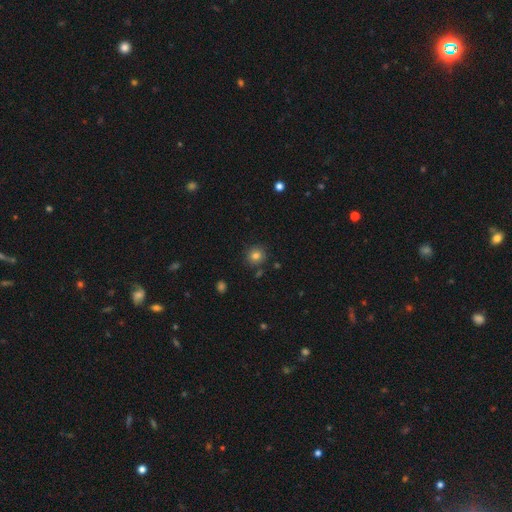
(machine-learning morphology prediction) Overall: smooth (81%). How rounded: round (90%). Merging: none (86%).